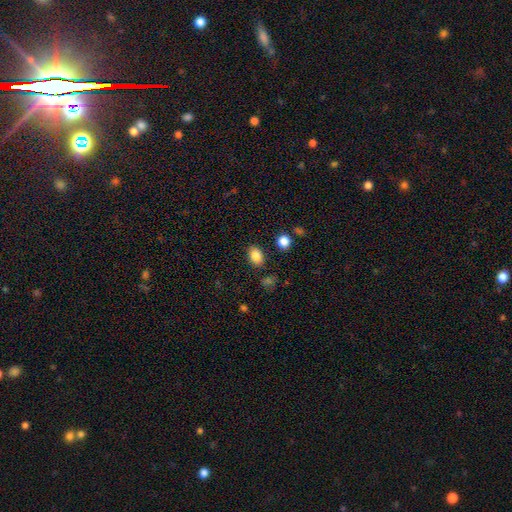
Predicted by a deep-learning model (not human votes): This appears to be a smooth galaxy with no disk features (85%) that is in between round and cigar-shaped (71%). Merging: none (84%).